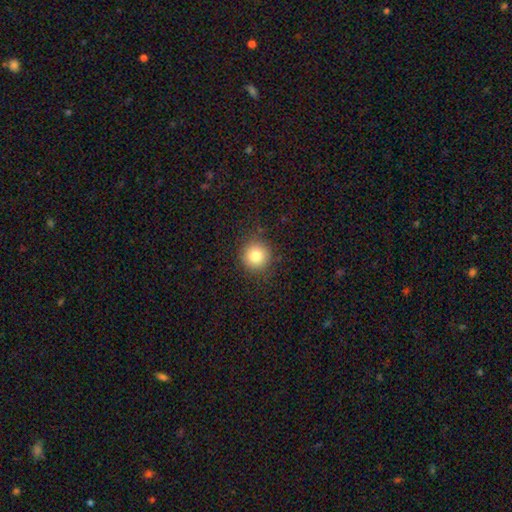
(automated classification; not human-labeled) Overall: smooth (81%). How rounded: round (94%). Merging: none (88%).